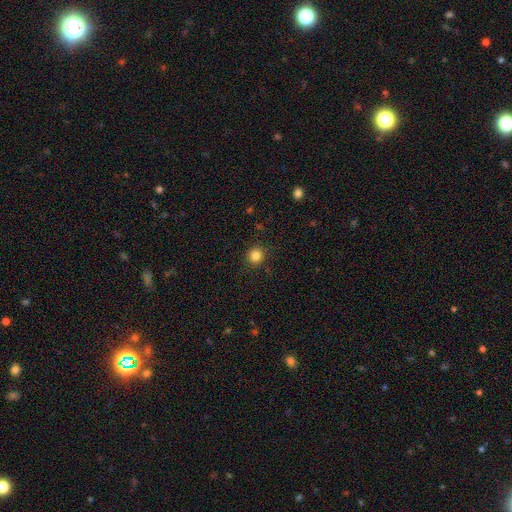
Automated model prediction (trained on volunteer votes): This is clearly a smooth galaxy (83%). How rounded: clearly round (91%). Merging: clearly none (90%).